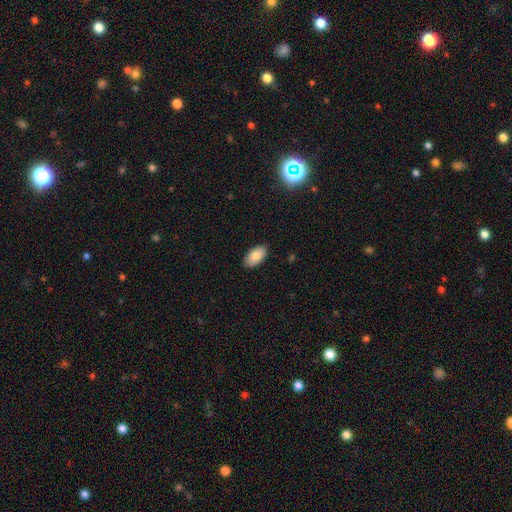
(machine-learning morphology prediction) Overall: smooth (85%). How rounded: in between (95%). Merging: none (88%).